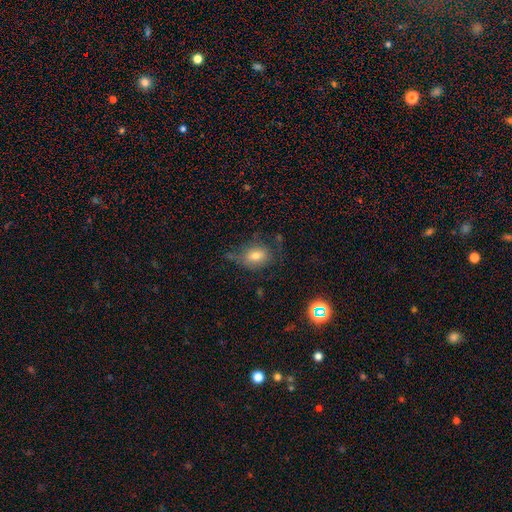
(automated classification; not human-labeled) Overall: smooth (70%). How rounded: in between (63%; round 35%). Merging: none (55%; minor disturbance 27%).